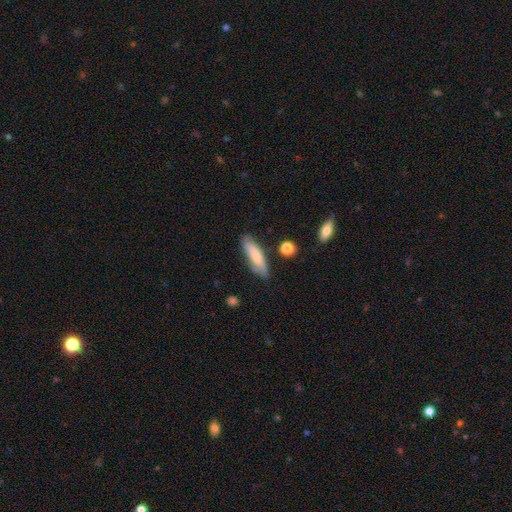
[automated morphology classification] This is likely a smooth galaxy (69%). How rounded: possibly cigar-shaped (60%). Merging: likely none (74%).